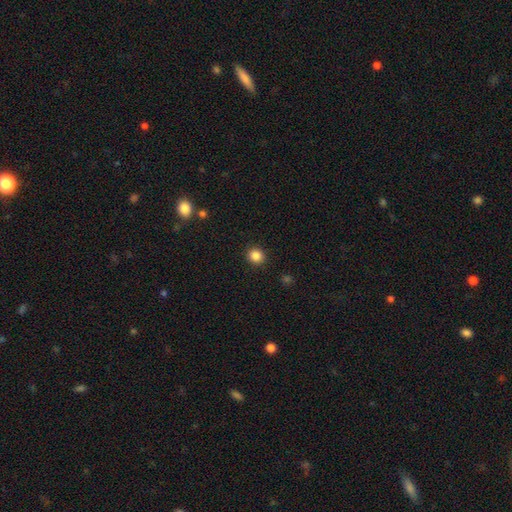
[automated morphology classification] Smooth or featured?
  - smooth: 85% *
  - star or artifact: 11%
  - featured or disk: 4%
How rounded?
  - round: 86% *
  - in between: 13%
  - cigar-shaped: 1%
Merging?
  - none: 92% *
  - minor disturbance: 5%
  - major disturbance: 2%
  - merger: 1%